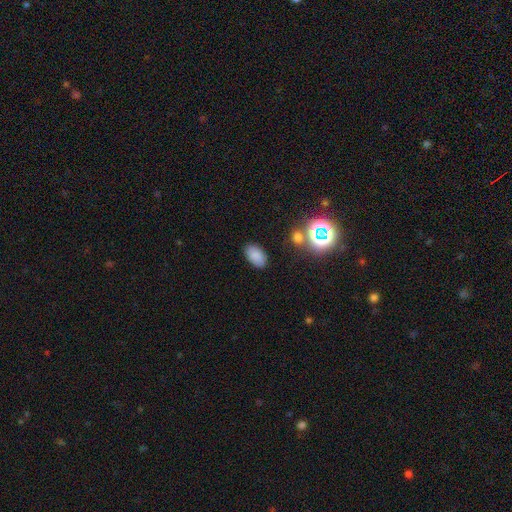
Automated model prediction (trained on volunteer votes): A smooth galaxy with no disk features (80%) that is in between round and cigar-shaped (92%).

Vote fractions:
- Smooth or featured? smooth: 80% / star or artifact: 13% / featured or disk: 6%
- How rounded? in between: 92% / round: 7% / cigar-shaped: 1%
- Merging? none: 84% / minor disturbance: 11% / major disturbance: 3% / merger: 2%